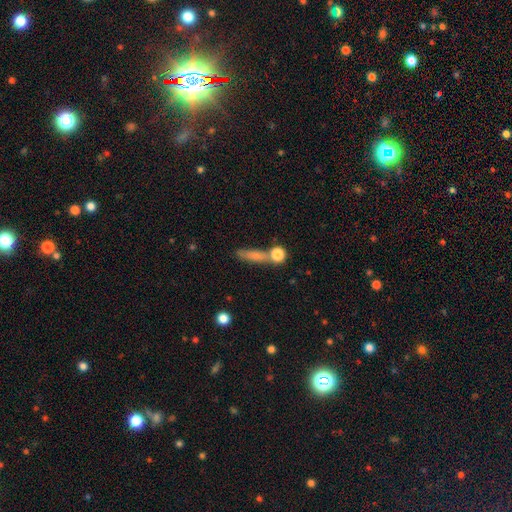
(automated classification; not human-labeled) Morphology: type=smooth (71%); roundness=cigar-shaped (65%); merging=none (62%).